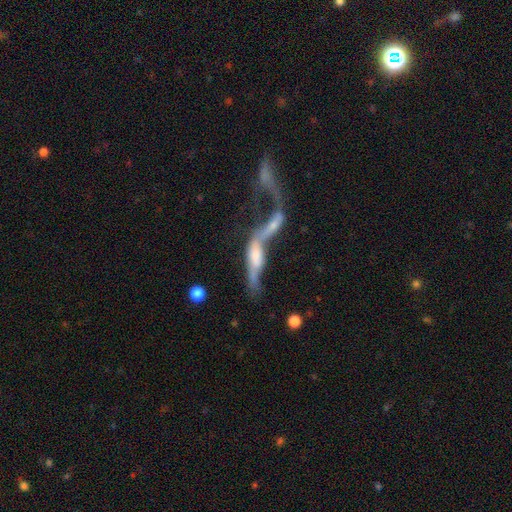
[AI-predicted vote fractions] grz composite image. It shows a featured or disk galaxy (55%). Merging: merger (71%).